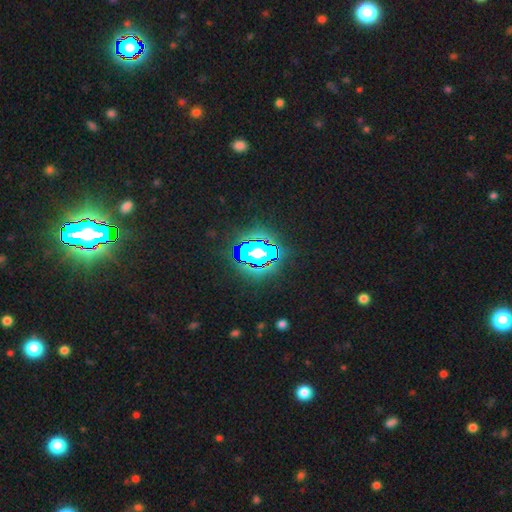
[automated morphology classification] The model was most divided on "smooth or featured": star or artifact: 63%, smooth: 22%, featured or disk: 15%.